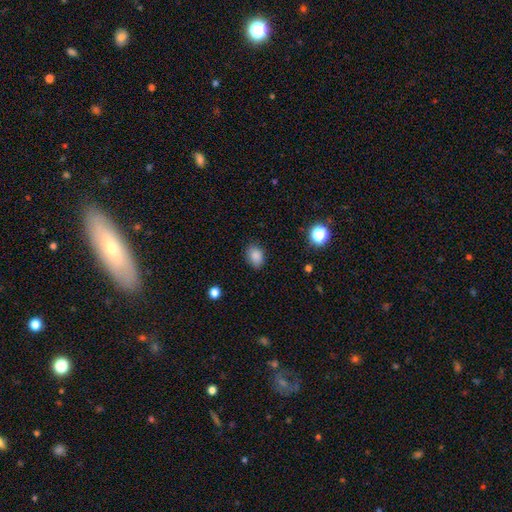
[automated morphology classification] Smooth or featured: smooth — 85% (star or artifact — 10%)
How rounded: in between — 69% (round — 30%)
Merging: none — 79% (minor disturbance — 17%)